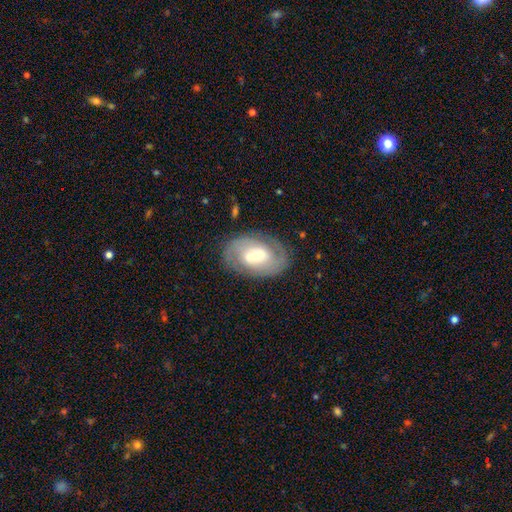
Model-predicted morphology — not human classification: Q: Smooth or featured?
A: featured or disk (71%); runner-up: smooth (23%)
Q: Edge-on disk?
A: no (95%); runner-up: yes (5%)
Q: Bar?
A: weak (45%); runner-up: no (34%)
Q: Spiral arms?
A: yes (80%); runner-up: no (20%)
Q: Spiral winding?
A: tight (50%); runner-up: medium (36%)
Q: Spiral arm count?
A: 2 (70%); runner-up: can't tell (20%)
Q: Bulge size?
A: moderate (51%); runner-up: small (39%)
Q: Merging?
A: none (80%); runner-up: minor disturbance (13%)